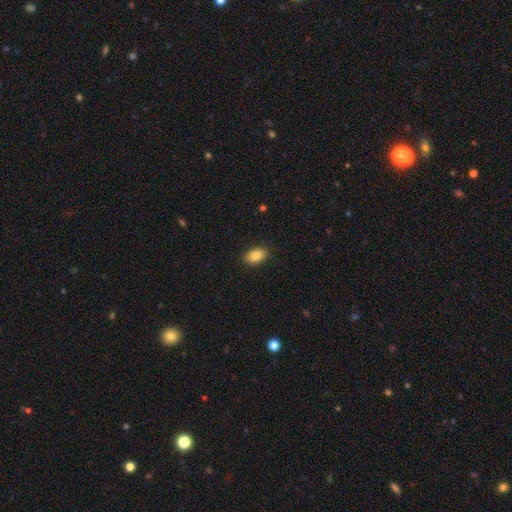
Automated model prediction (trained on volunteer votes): Overall: smooth (87%). How rounded: in between (89%). Merging: none (89%).